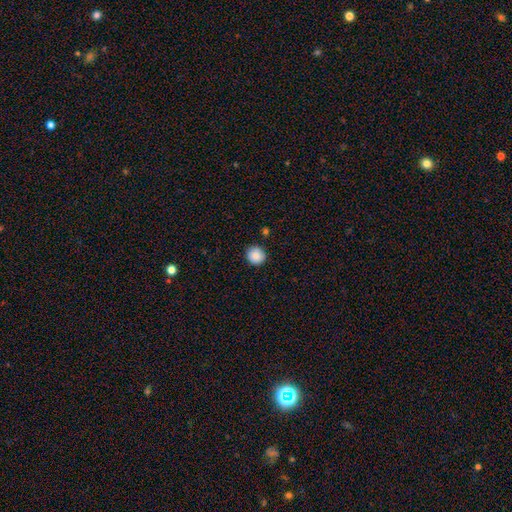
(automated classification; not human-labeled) Smooth or featured: smooth — 88% (star or artifact — 8%)
How rounded: round — 92% (in between — 7%)
Merging: none — 90% (minor disturbance — 7%)